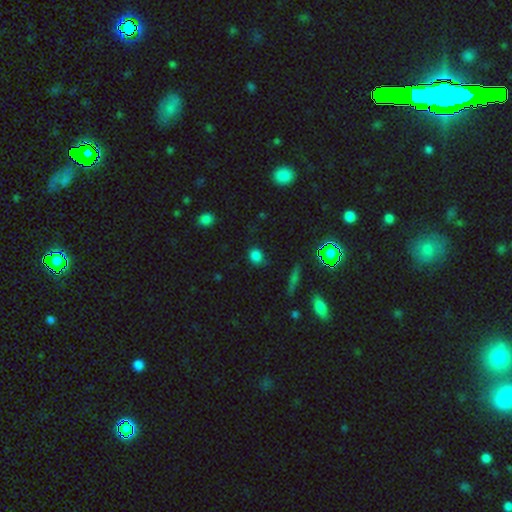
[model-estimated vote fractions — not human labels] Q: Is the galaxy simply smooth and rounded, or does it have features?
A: smooth — 77%.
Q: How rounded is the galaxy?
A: round — 77%.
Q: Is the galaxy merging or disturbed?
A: none — 79%.